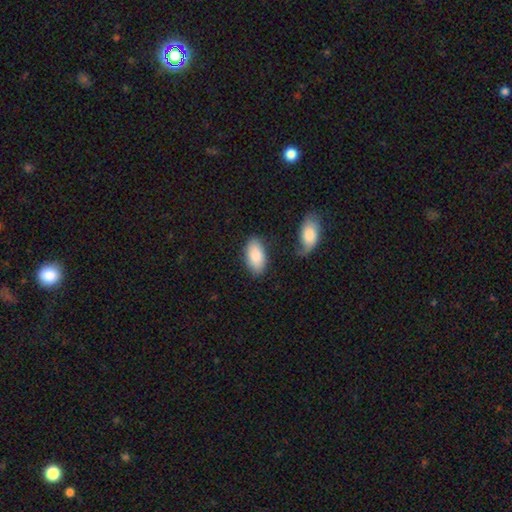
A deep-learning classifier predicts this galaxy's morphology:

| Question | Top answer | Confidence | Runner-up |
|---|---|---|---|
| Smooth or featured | smooth | 86% | featured or disk (9%) |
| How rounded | in between | 94% | round (3%) |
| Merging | none | 76% | minor disturbance (14%) |